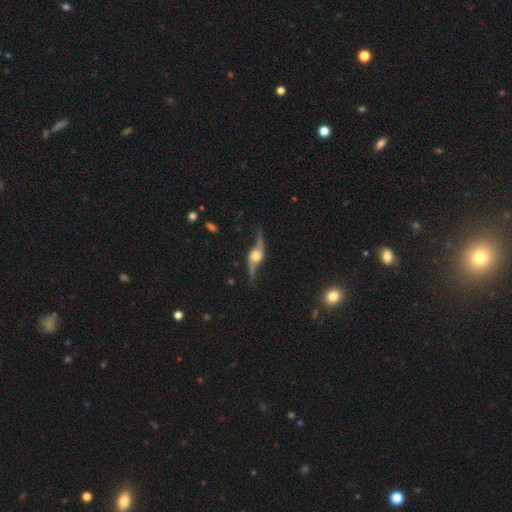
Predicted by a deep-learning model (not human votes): smooth-or-featured: featured or disk: 88% | smooth: 7% | star or artifact: 5%
  disk-edge-on: yes: 53% | no: 47%
  merging: none: 76% | minor disturbance: 16% | major disturbance: 6% | merger: 2%